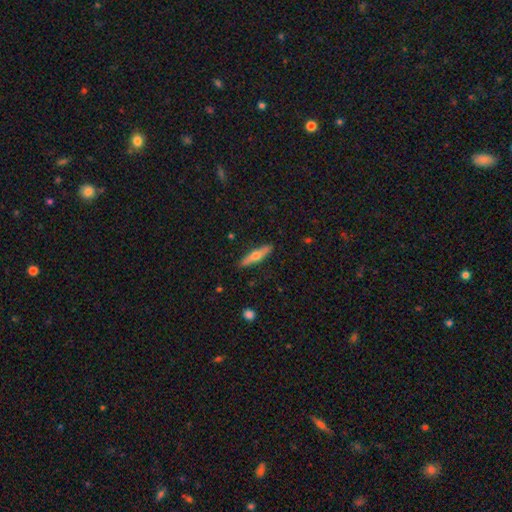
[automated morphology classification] A smooth galaxy with no disk features (50%) that is cigar-shaped (81%).

Vote fractions:
- Smooth or featured? smooth: 50% / featured or disk: 44% / star or artifact: 6%
- How rounded? cigar-shaped: 81% / in between: 17% / round: 2%
- Merging? none: 88% / minor disturbance: 9% / major disturbance: 2% / merger: 1%